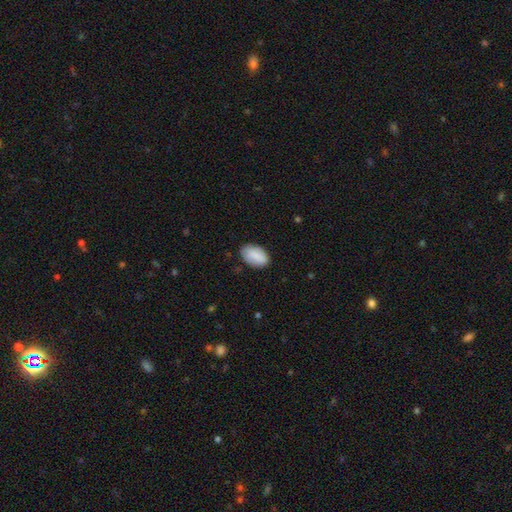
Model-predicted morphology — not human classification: smooth-or-featured: smooth: 86% | featured or disk: 8% | star or artifact: 6%
  how-rounded: in between: 93% | round: 6% | cigar-shaped: 2%
  merging: none: 80% | minor disturbance: 16% | major disturbance: 3% | merger: 1%